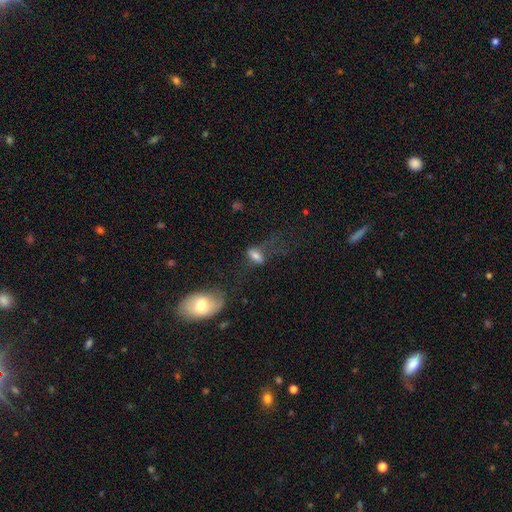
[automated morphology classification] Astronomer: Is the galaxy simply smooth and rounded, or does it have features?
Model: smooth — 59%.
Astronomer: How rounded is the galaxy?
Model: in between — 75%.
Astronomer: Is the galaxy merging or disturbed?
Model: none — 39% (runner-up: major disturbance, 32%).